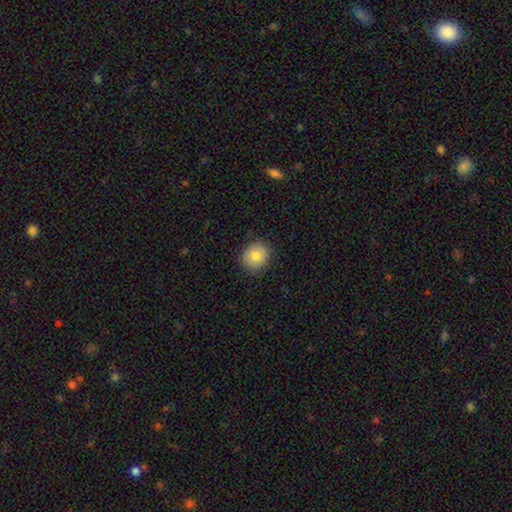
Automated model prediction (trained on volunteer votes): Smooth or featured? smooth (81%)
How rounded? round (80%)
Merging? none (88%)